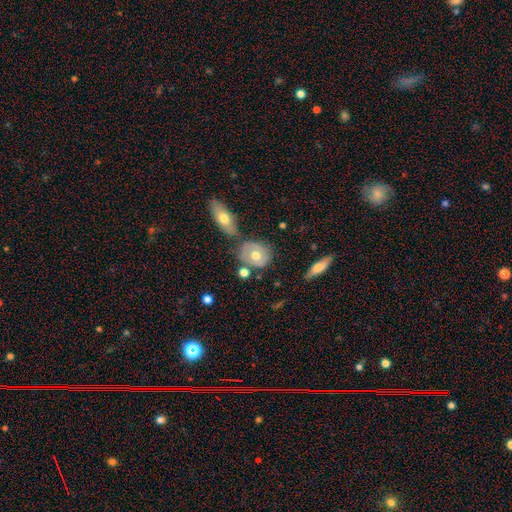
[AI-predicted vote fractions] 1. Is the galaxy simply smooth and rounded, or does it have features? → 52% smooth, 41% featured or disk, 7% star or artifact.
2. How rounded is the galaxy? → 55% round, 43% in between, 2% cigar-shaped.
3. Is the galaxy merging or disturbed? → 64% none, 17% minor disturbance, 14% merger, 5% major disturbance.